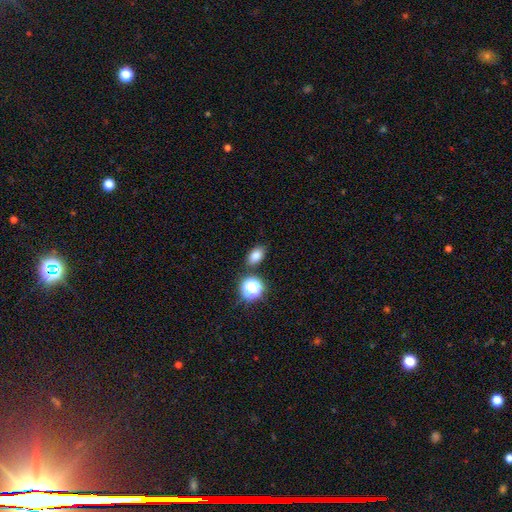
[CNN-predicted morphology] Smooth or featured: smooth — 78% (star or artifact — 15%)
How rounded: in between — 79% (round — 20%)
Merging: none — 81% (minor disturbance — 11%)